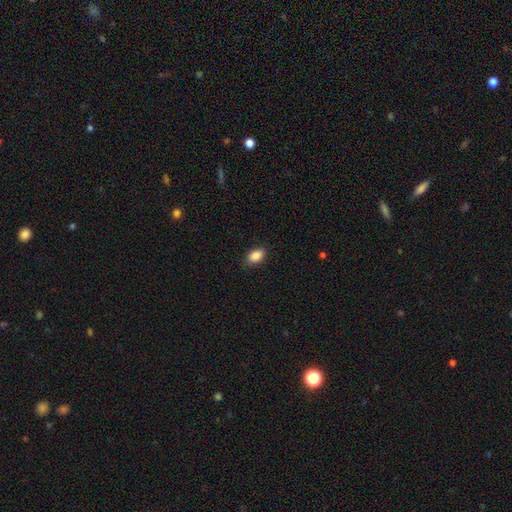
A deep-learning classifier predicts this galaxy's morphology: smooth-or-featured: smooth: 88% | star or artifact: 8% | featured or disk: 4%
  how-rounded: in between: 89% | round: 10% | cigar-shaped: 2%
  merging: none: 87% | minor disturbance: 10% | major disturbance: 2% | merger: 1%